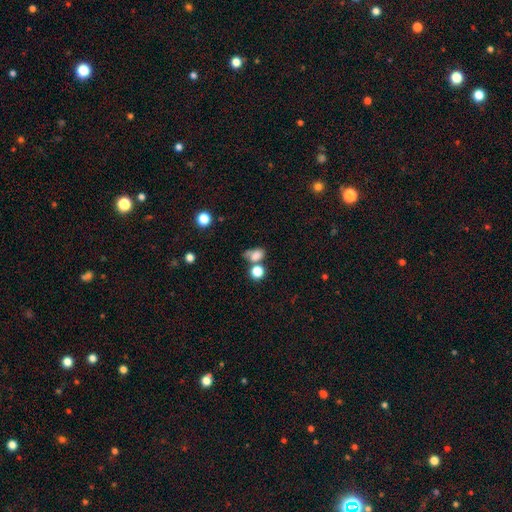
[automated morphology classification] Smooth or featured? Predicted: smooth (p=0.75). How rounded? Predicted: in between (p=0.67). Merging? Predicted: none (p=0.38).